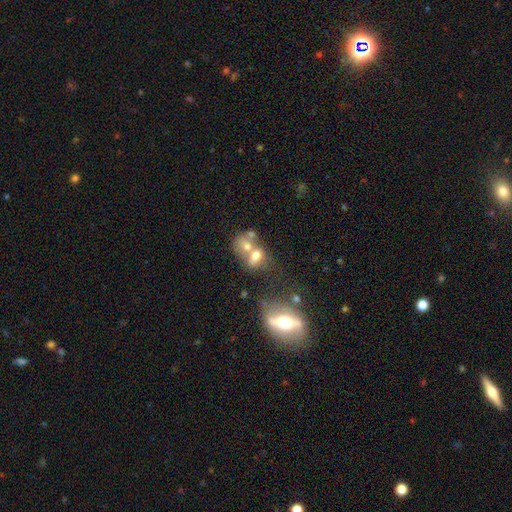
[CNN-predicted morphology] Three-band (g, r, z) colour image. It shows a smooth galaxy with no disk features (60%) that is in between round and cigar-shaped (51%). Merging: merger (63%).